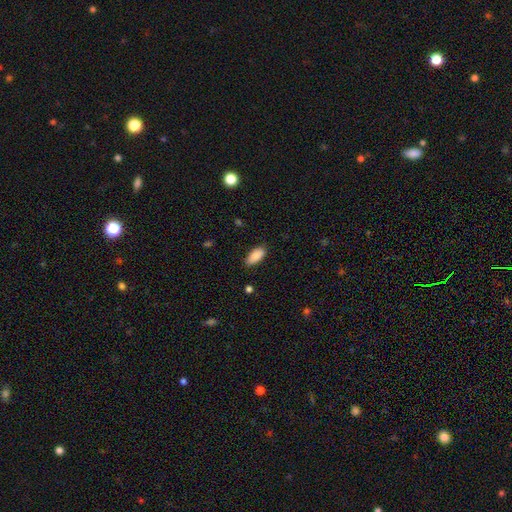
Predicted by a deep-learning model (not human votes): This appears to be a smooth galaxy with no disk features (89%) that is in between round and cigar-shaped (89%). Merging: none (83%).